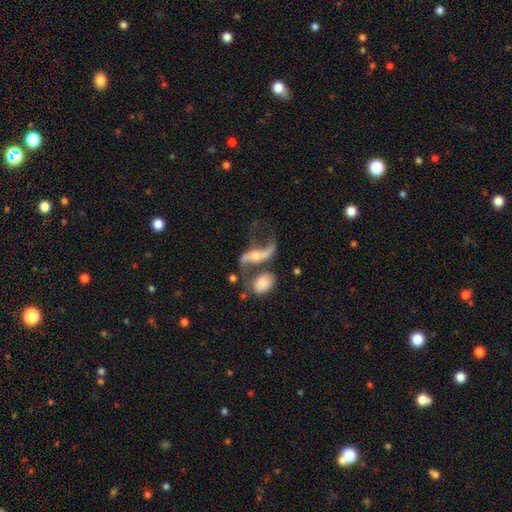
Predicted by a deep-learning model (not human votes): Smooth or featured? featured or disk (80%)
Edge-on disk? no (90%)
Bar? no (46%)
Spiral arms? yes (89%)
Spiral winding? loose (89%)
Spiral arm count? 2 (87%)
Bulge size? small (44%)
Merging? none (38%)